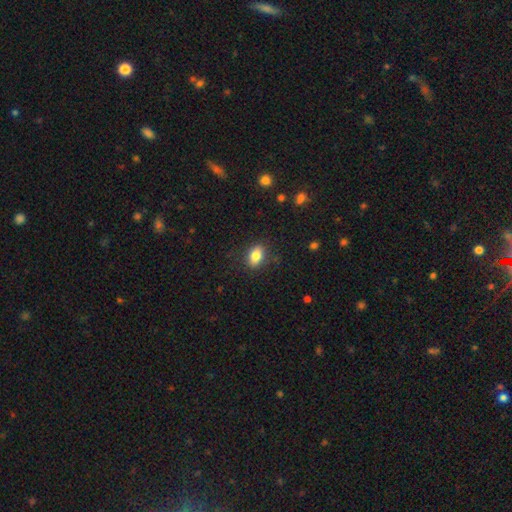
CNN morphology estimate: This appears to be a smooth galaxy with no disk features (82%) that is in between round and cigar-shaped (85%). Merging: none (85%).